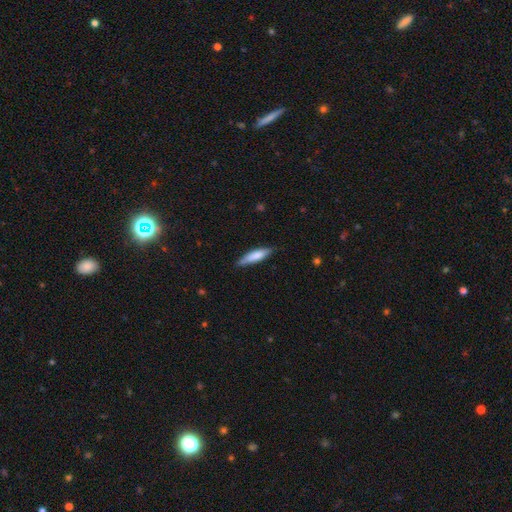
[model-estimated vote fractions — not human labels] Overall: smooth (74%). How rounded: cigar-shaped (74%). Merging: none (77%).